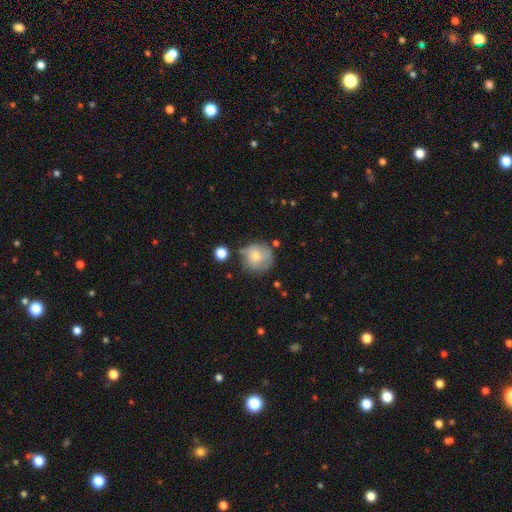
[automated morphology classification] smooth_or_featured: smooth (p=0.61) [alt: featured or disk p=0.30]
how_rounded: round (p=0.90) [alt: in between p=0.09]
merging: none (p=0.63) [alt: minor disturbance p=0.23]